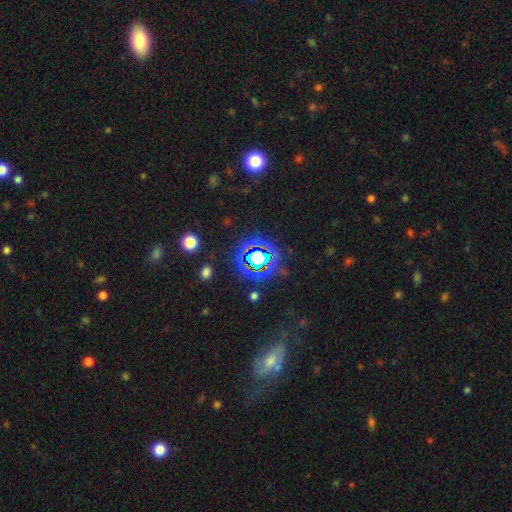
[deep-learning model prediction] This appears to be a star or artifact, not a galaxy (70%).